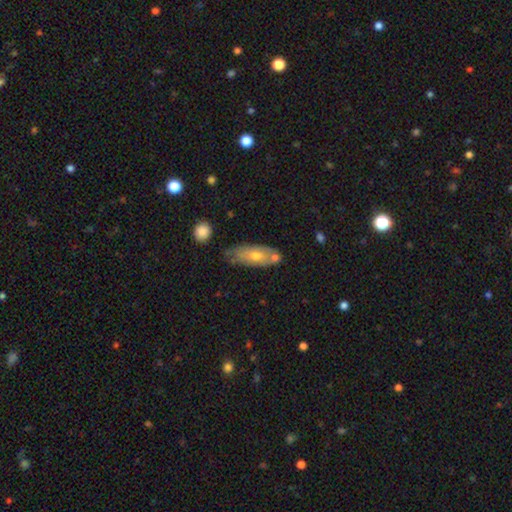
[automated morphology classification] The model was most divided on "smooth or featured": smooth: 58%, featured or disk: 35%, star or artifact: 7%. More confident: how rounded — in between (74%); merging — none (57%).